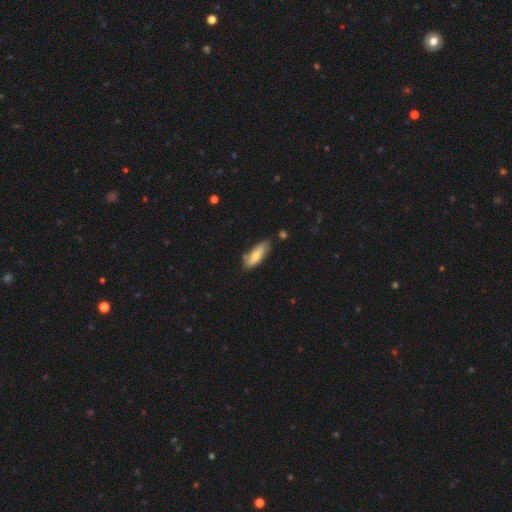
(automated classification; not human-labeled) smooth 68%, featured or disk 26%, star or artifact 6%. Down the decision tree: how rounded — in between (66%); merging — none (69%).